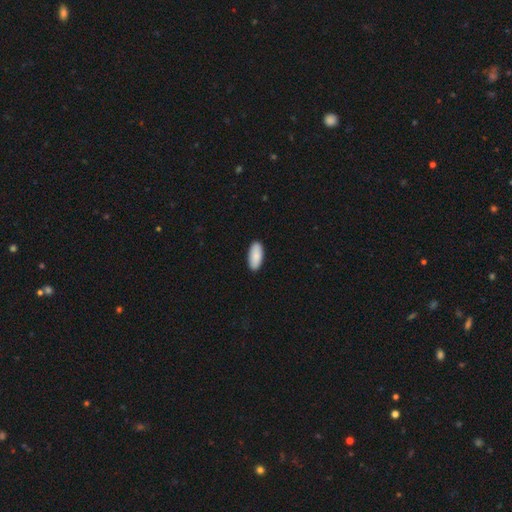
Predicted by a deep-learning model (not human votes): This is clearly a smooth galaxy (90%). How rounded: clearly in between (90%). Merging: clearly none (91%).